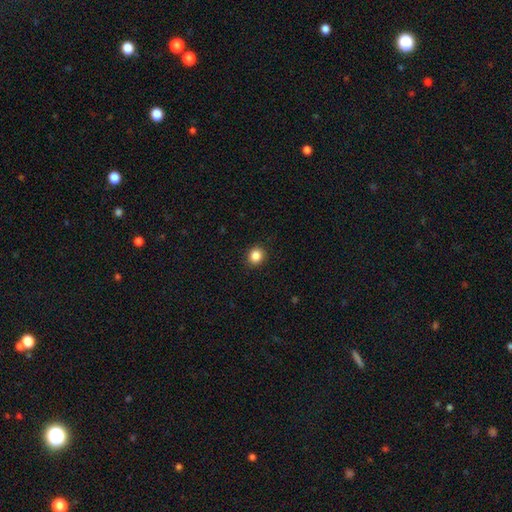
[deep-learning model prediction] A smooth galaxy with no disk features (86%) that is round (79%). Merging: none (91%).